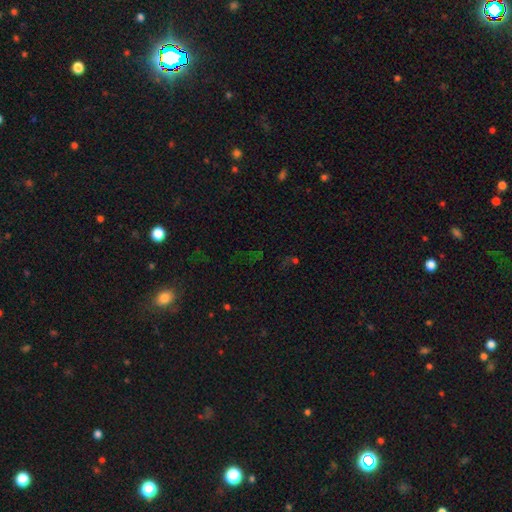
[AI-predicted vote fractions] Morphology: type=star or artifact (61%).